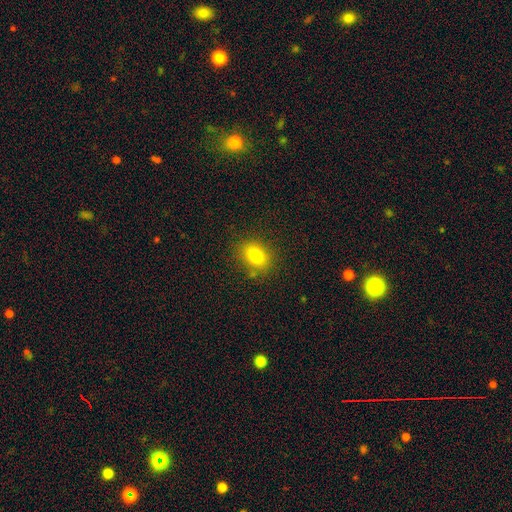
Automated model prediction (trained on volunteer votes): Q: Smooth or featured?
A: smooth (79%); runner-up: star or artifact (12%)
Q: How rounded?
A: in between (63%); runner-up: round (36%)
Q: Merging?
A: none (83%); runner-up: minor disturbance (12%)